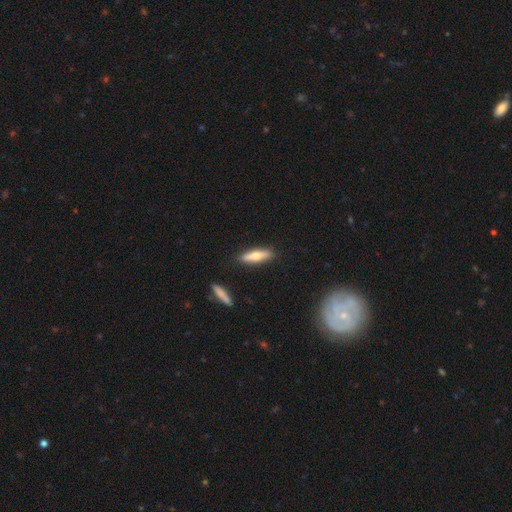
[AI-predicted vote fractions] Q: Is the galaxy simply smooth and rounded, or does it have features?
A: smooth — 57%.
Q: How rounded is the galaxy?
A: cigar-shaped — 71%.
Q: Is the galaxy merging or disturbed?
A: none — 86%.